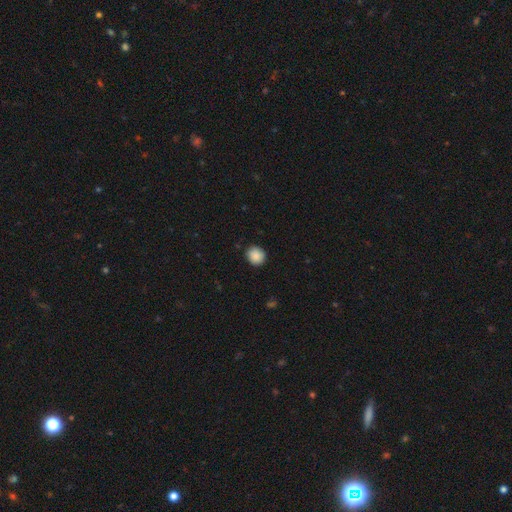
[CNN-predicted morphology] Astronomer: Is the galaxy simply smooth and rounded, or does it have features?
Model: smooth — 88%.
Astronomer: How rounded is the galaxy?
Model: round — 83%.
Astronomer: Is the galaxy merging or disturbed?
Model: none — 87%.